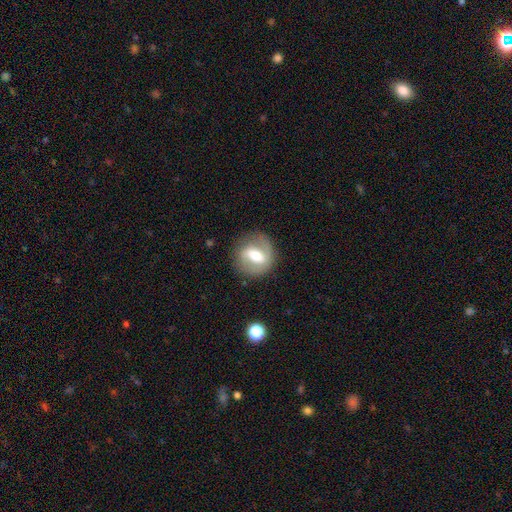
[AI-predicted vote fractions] Morphology: type=featured or disk (56%); edge-on=no (92%); bar=strong (49%); spiral arms=yes (53%); bulge=moderate (61%); merging=none (79%).